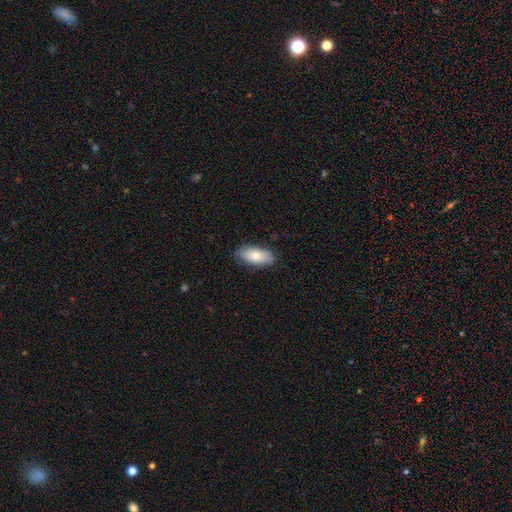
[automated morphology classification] Smooth or featured?
  - smooth: 75% *
  - featured or disk: 18%
  - star or artifact: 6%
How rounded?
  - in between: 90% *
  - cigar-shaped: 7%
  - round: 3%
Merging?
  - none: 82% *
  - minor disturbance: 15%
  - major disturbance: 2%
  - merger: 1%